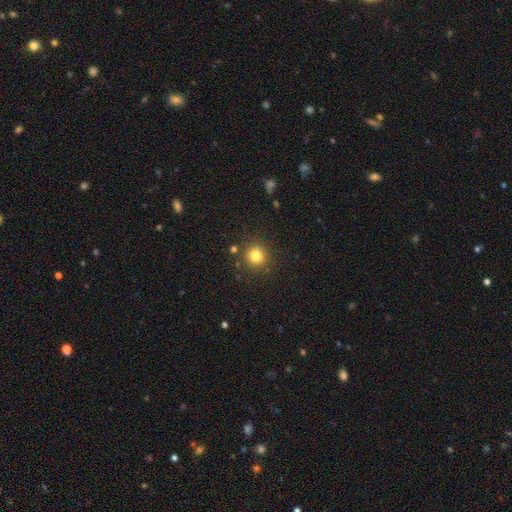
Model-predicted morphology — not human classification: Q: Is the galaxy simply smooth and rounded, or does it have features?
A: smooth — 80%.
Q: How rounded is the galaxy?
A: round — 91%.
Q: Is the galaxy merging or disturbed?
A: none — 86%.